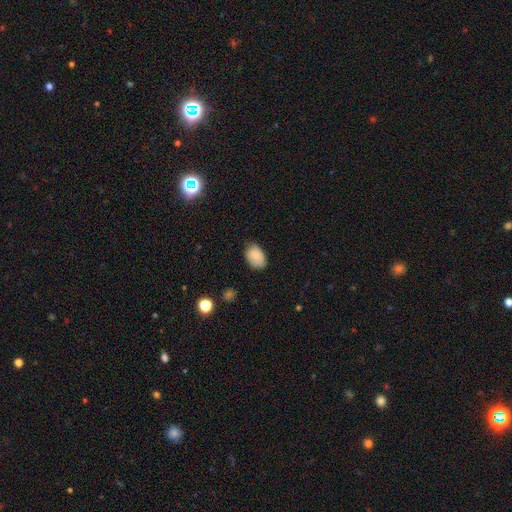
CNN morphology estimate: The model was most divided on "merging": none: 70%, minor disturbance: 25%, major disturbance: 4%, merger: 1%. More confident: how rounded — in between (87%); smooth or featured — smooth (84%).